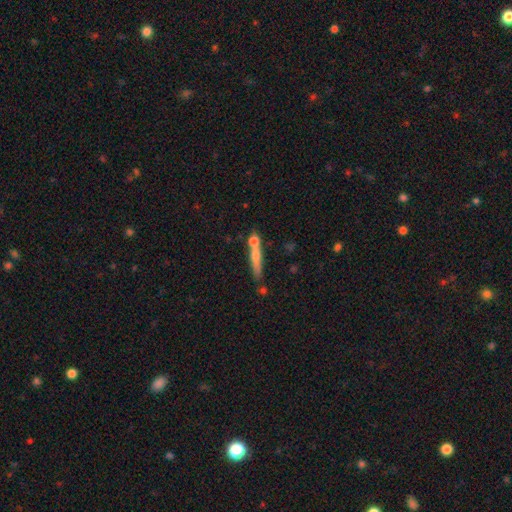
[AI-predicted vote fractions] Smooth or featured? smooth (58%)
How rounded? cigar-shaped (86%)
Merging? none (53%)